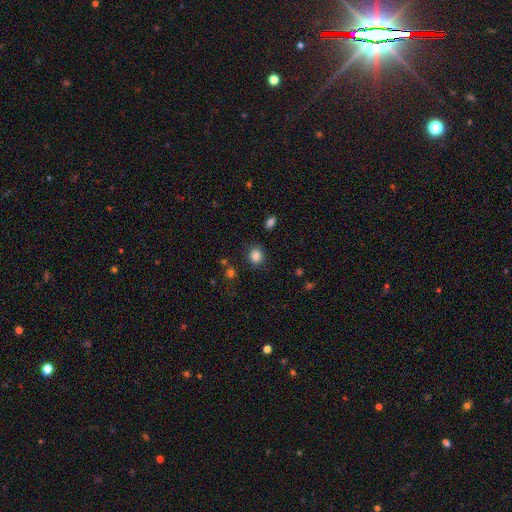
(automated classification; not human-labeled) smooth_or_featured: smooth (p=0.85) [alt: star or artifact p=0.11]
how_rounded: round (p=0.71) [alt: in between p=0.28]
merging: none (p=0.86) [alt: minor disturbance p=0.09]